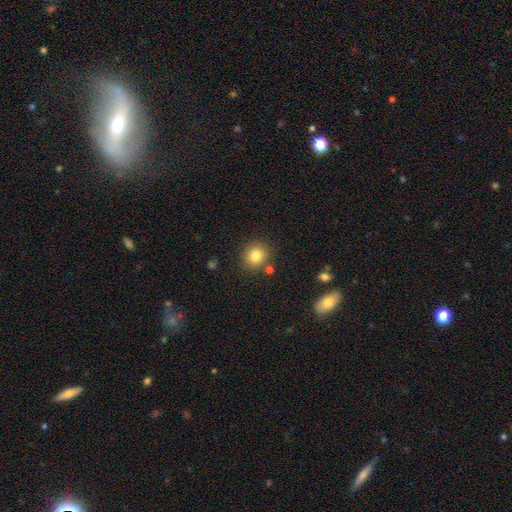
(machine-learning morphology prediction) A smooth galaxy with no disk features (82%) that is round (86%).

Vote fractions:
- Smooth or featured? smooth: 82% / star or artifact: 11% / featured or disk: 7%
- How rounded? round: 86% / in between: 13% / cigar-shaped: 1%
- Merging? none: 83% / minor disturbance: 9% / merger: 6% / major disturbance: 3%